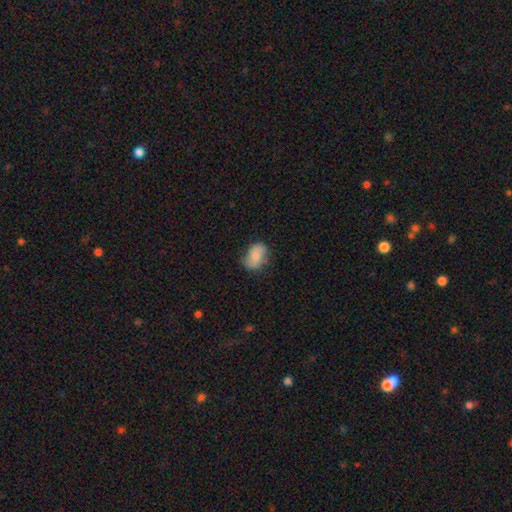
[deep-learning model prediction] Smooth or featured: smooth — 66% (featured or disk — 26%)
How rounded: in between — 77% (round — 22%)
Merging: none — 64% (minor disturbance — 27%)